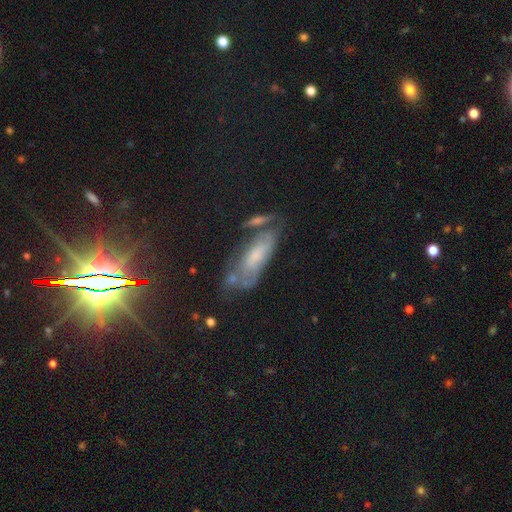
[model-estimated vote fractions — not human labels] A featured or disk galaxy (41%, tied with smooth). Merging: none (49%).